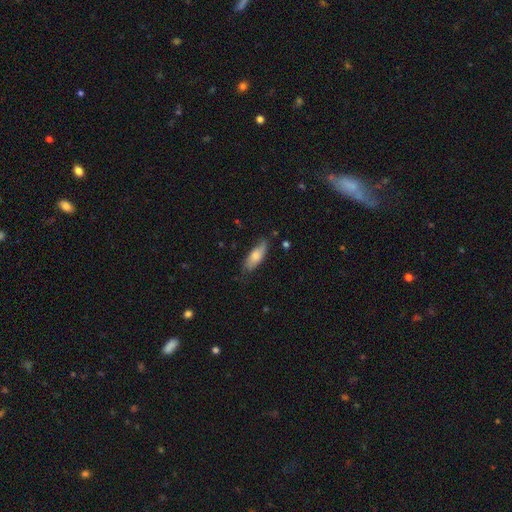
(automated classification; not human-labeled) A smooth galaxy with no disk features (69%) that is in between round and cigar-shaped (70%). Merging: none (69%).